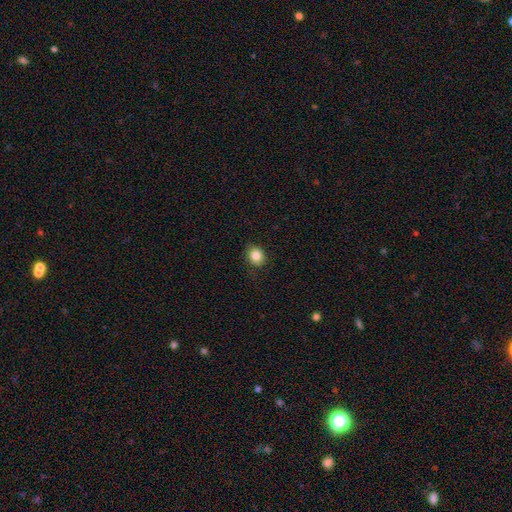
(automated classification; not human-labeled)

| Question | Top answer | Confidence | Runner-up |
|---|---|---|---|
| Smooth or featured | smooth | 84% | star or artifact (10%) |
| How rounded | round | 72% | in between (27%) |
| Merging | none | 84% | minor disturbance (12%) |